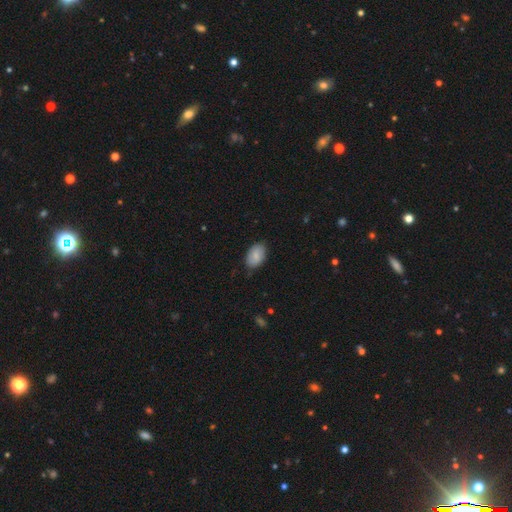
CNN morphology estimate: smooth 81%, featured or disk 12%, star or artifact 7%. Down the decision tree: how rounded — in between (92%); merging — none (83%).